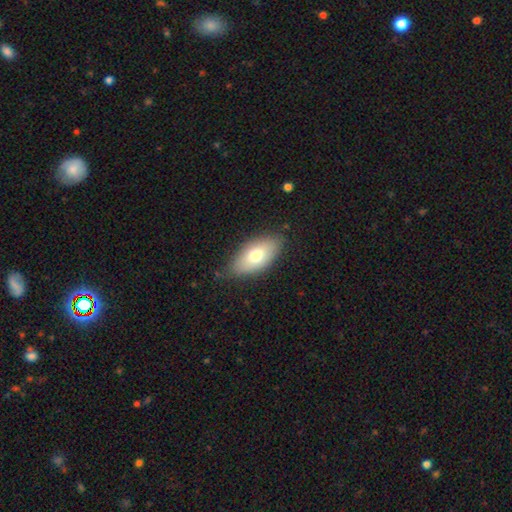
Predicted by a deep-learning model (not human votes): Q: Smooth or featured?
A: smooth (73%); runner-up: featured or disk (21%)
Q: How rounded?
A: in between (90%); runner-up: cigar-shaped (7%)
Q: Merging?
A: none (78%); runner-up: minor disturbance (17%)